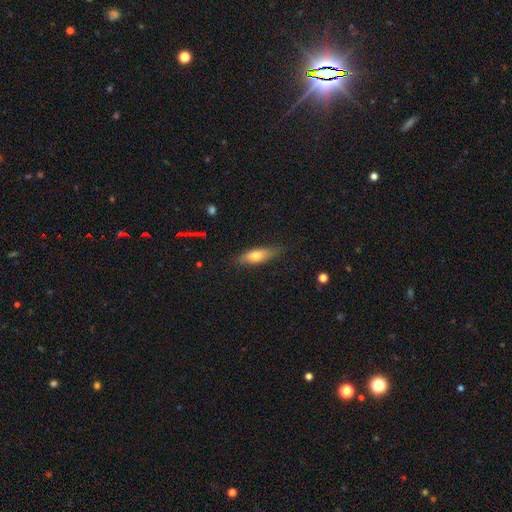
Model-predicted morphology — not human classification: A smooth galaxy with no disk features (70%) that is in between round and cigar-shaped (57%).

Vote fractions:
- Smooth or featured? smooth: 70% / featured or disk: 23% / star or artifact: 7%
- How rounded? in between: 57% / cigar-shaped: 40% / round: 3%
- Merging? none: 78% / minor disturbance: 17% / major disturbance: 4% / merger: 1%